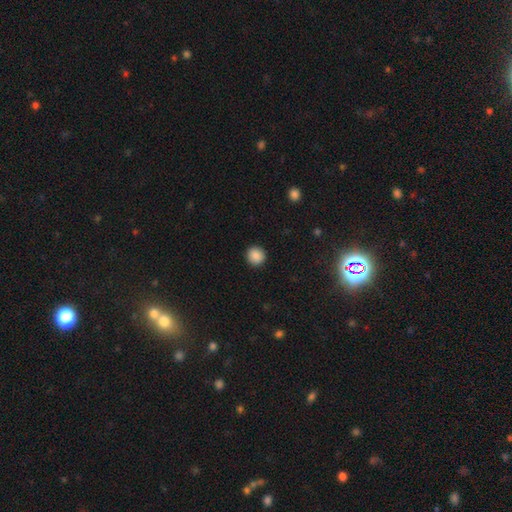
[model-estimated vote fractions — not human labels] Overall: smooth (88%). How rounded: round (93%). Merging: none (92%).